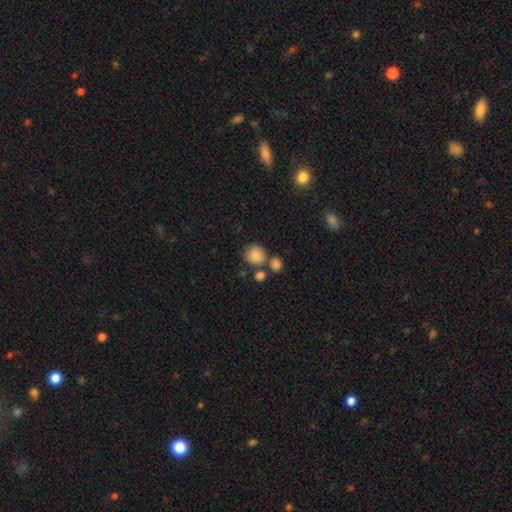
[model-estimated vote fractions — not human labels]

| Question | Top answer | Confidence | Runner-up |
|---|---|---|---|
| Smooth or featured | smooth | 84% | star or artifact (9%) |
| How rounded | round | 87% | in between (12%) |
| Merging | none | 60% | merger (24%) |